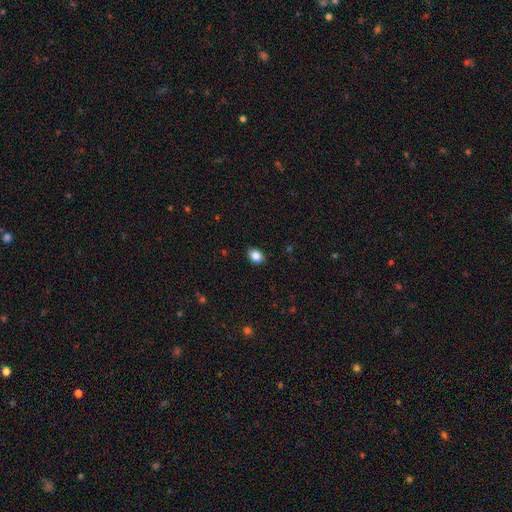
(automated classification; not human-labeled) The model was most divided on "how rounded": in between: 70%, round: 29%, cigar-shaped: 1%. More confident: merging — none (89%); smooth or featured — smooth (86%).